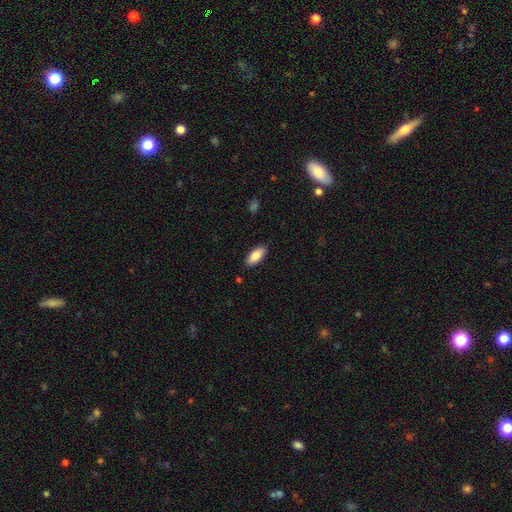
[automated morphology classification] Smooth or featured? Predicted: smooth (p=0.81). How rounded? Predicted: in between (p=0.86). Merging? Predicted: none (p=0.88).